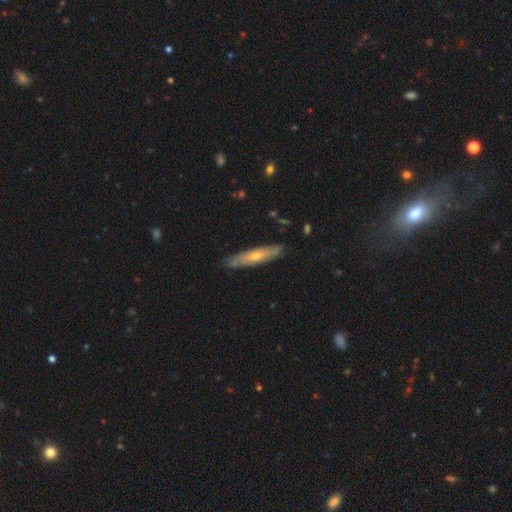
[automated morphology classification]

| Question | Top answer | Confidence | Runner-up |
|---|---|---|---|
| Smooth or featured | featured or disk | 55% | smooth (39%) |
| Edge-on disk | yes | 65% | no (35%) |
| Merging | none | 81% | minor disturbance (15%) |